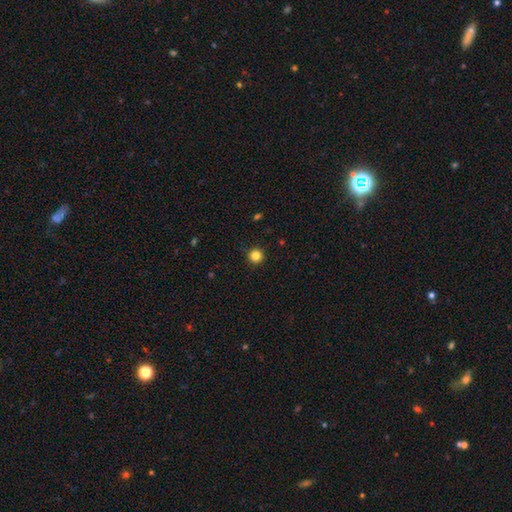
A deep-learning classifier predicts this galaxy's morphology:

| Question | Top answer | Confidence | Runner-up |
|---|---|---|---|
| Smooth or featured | smooth | 84% | star or artifact (12%) |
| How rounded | round | 96% | in between (3%) |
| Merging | none | 93% | minor disturbance (5%) |